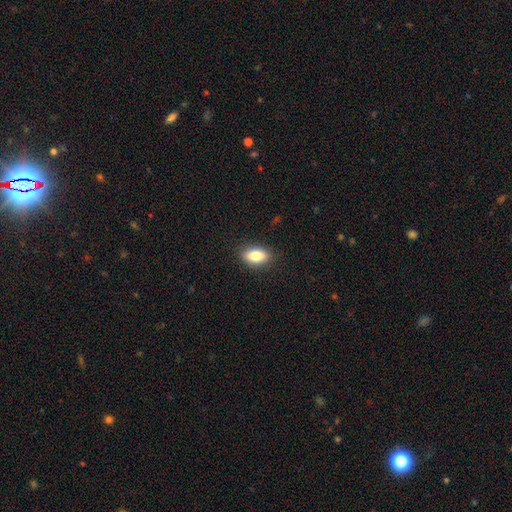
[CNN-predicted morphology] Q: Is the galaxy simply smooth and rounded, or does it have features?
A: smooth — 81%.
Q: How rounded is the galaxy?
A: in between — 87%.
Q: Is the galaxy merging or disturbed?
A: none — 88%.